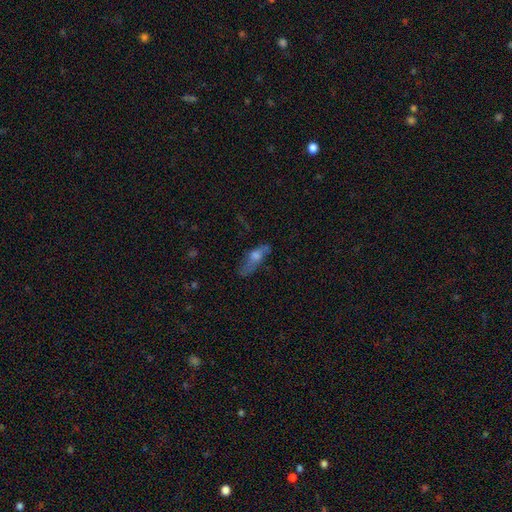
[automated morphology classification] type=smooth (47%); merging=none (58%).